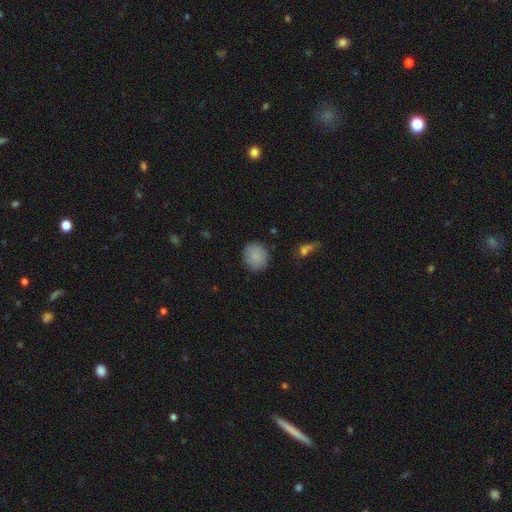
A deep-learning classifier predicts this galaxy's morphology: smooth-or-featured: smooth: 86% | star or artifact: 7% | featured or disk: 7%
  how-rounded: round: 82% | in between: 17% | cigar-shaped: 1%
  merging: none: 85% | minor disturbance: 11% | major disturbance: 3% | merger: 2%